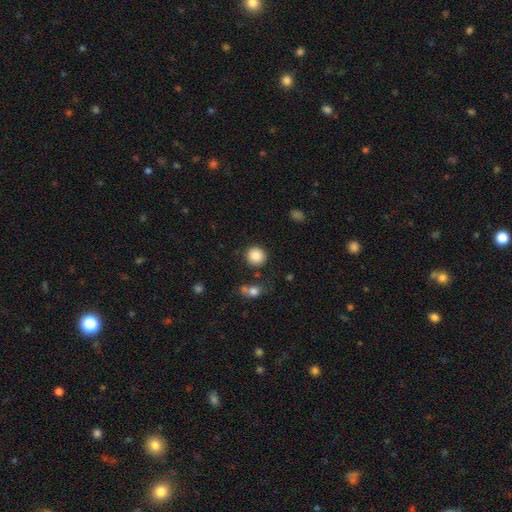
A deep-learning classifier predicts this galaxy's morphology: A smooth galaxy with no disk features (87%) that is round (92%).

Vote fractions:
- Smooth or featured? smooth: 87% / star or artifact: 9% / featured or disk: 4%
- How rounded? round: 92% / in between: 7% / cigar-shaped: 1%
- Merging? none: 86% / minor disturbance: 8% / merger: 3% / major disturbance: 3%